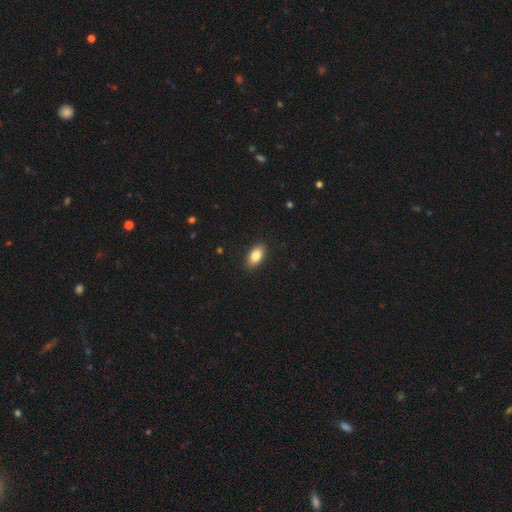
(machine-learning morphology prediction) Smooth or featured: smooth — 83% (featured or disk — 9%)
How rounded: in between — 91% (round — 5%)
Merging: none — 89% (minor disturbance — 8%)